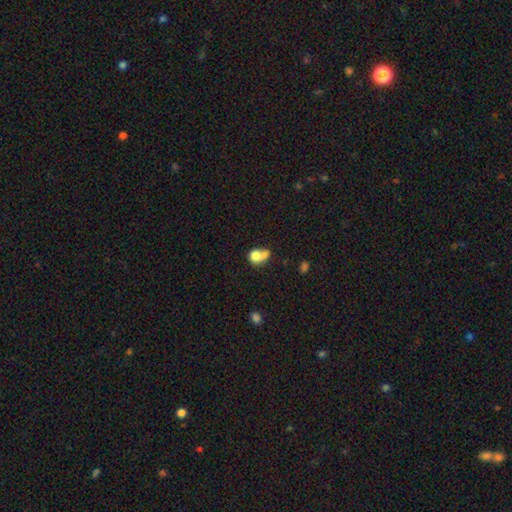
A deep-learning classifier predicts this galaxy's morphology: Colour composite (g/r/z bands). It shows a smooth galaxy with no disk features (74%) that is round (53%). Merging: merger (42%).